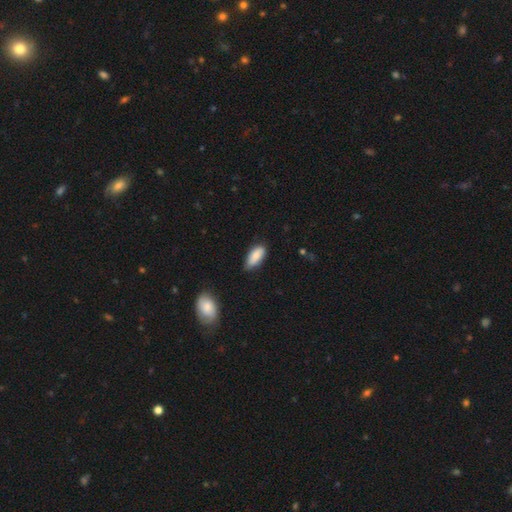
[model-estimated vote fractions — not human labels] This is clearly a smooth galaxy (86%). How rounded: clearly in between (85%). Merging: likely none (70%).